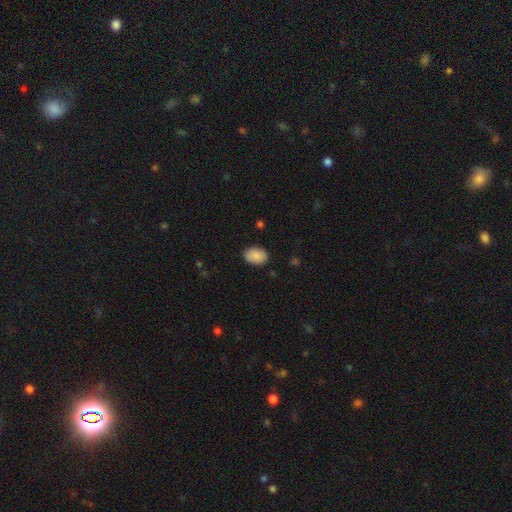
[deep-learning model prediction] Smooth or featured? Predicted: smooth (p=0.89). How rounded? Predicted: in between (p=0.80). Merging? Predicted: none (p=0.85).